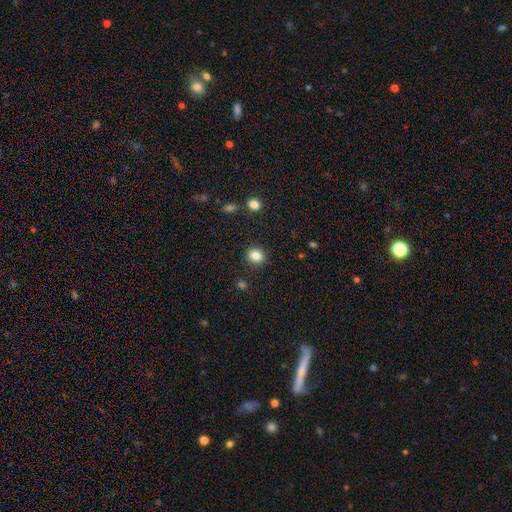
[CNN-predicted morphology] A smooth galaxy with no disk features (83%) that is round (78%).

Vote fractions:
- Smooth or featured? smooth: 83% / star or artifact: 11% / featured or disk: 6%
- How rounded? round: 78% / in between: 21% / cigar-shaped: 1%
- Merging? none: 90% / minor disturbance: 7% / major disturbance: 2% / merger: 2%